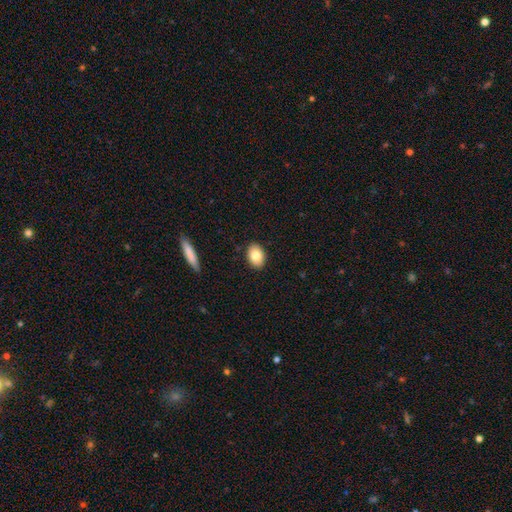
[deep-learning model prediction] Smooth or featured? smooth (82%)
How rounded? in between (82%)
Merging? none (90%)